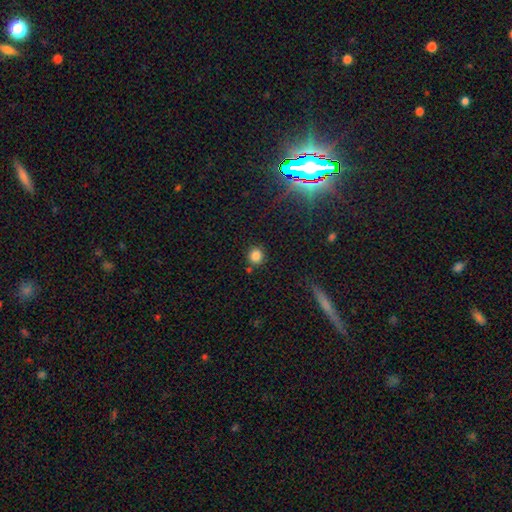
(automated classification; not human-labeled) Smooth or featured: smooth — 83% (star or artifact — 13%)
How rounded: round — 89% (in between — 9%)
Merging: none — 83% (minor disturbance — 9%)